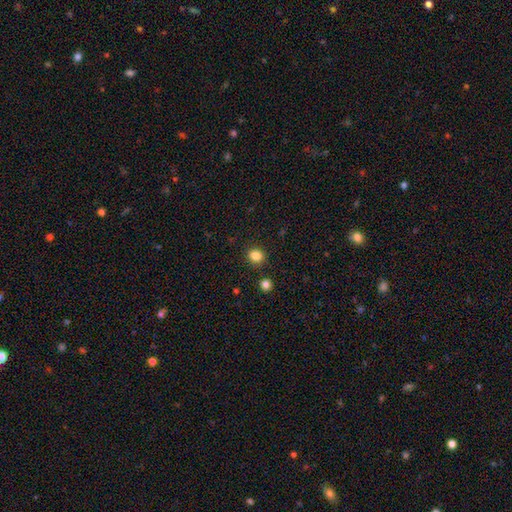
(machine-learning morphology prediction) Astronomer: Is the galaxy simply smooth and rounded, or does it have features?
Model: smooth — 84%.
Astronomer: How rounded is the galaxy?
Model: round — 73%.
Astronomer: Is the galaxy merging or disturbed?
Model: none — 88%.